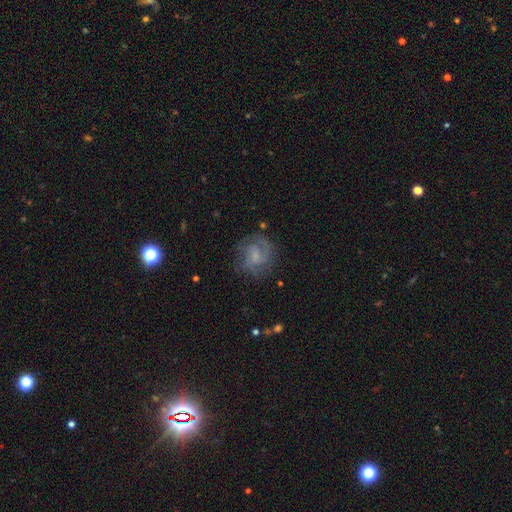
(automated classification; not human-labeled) smooth-or-featured: featured or disk: 66% | smooth: 24% | star or artifact: 9%
  disk-edge-on: no: 98% | yes: 2%
    bar: no: 50% | weak: 43% | strong: 7%
    has-spiral-arms: yes: 87% | no: 13%
      spiral-winding: medium: 45% | tight: 37% | loose: 18%
      spiral-arm-count: 2: 37% | can't tell: 29% | 3: 19% | 1: 6% | 4: 5% | more than 4: 4%
    bulge-size: small: 41% | none: 28% | moderate: 26% | large: 4% | dominant: 1%
  merging: none: 70% | minor disturbance: 17% | major disturbance: 11% | merger: 2%